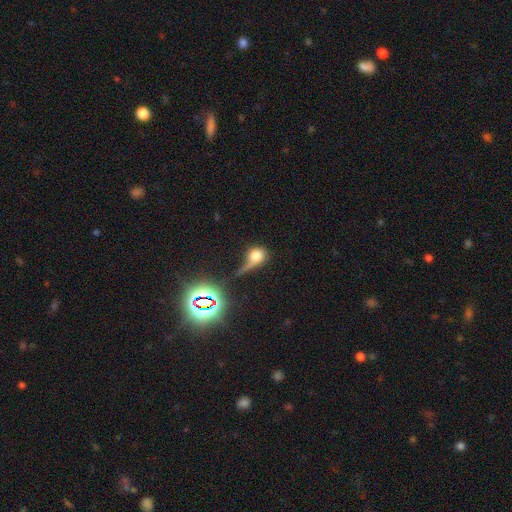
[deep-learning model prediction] Smooth or featured?
  - smooth: 61% *
  - featured or disk: 20%
  - star or artifact: 19%
How rounded?
  - round: 63% *
  - in between: 32%
  - cigar-shaped: 5%
Merging?
  - major disturbance: 31% * (tied)
  - none: 31% * (tied)
  - minor disturbance: 23%
  - merger: 15%